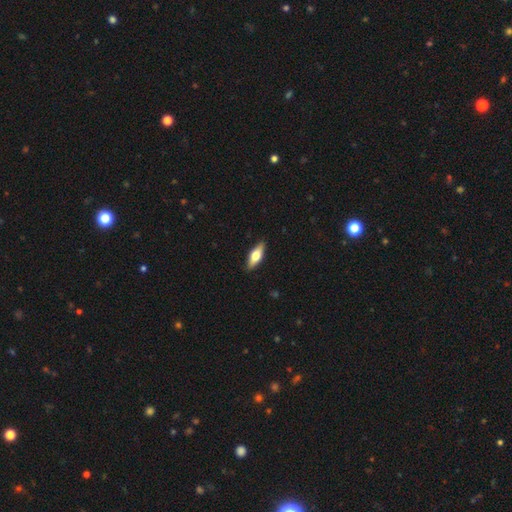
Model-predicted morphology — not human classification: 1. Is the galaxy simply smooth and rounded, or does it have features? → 55% smooth, 39% featured or disk, 6% star or artifact.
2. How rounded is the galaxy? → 61% in between, 36% cigar-shaped, 3% round.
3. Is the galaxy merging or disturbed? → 89% none, 8% minor disturbance, 2% major disturbance, 1% merger.